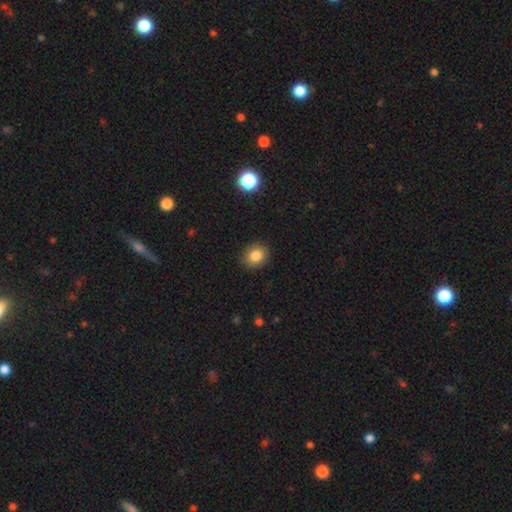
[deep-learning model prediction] Smooth or featured: smooth — 83% (star or artifact — 10%)
How rounded: round — 67% (in between — 32%)
Merging: none — 89% (minor disturbance — 8%)